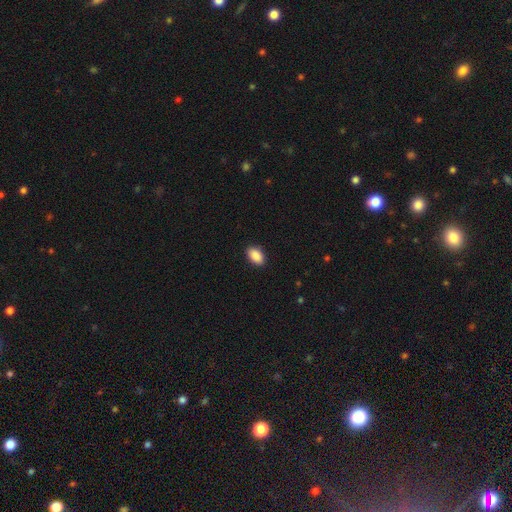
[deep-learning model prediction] Smooth or featured: smooth — 90% (star or artifact — 7%)
How rounded: in between — 93% (round — 6%)
Merging: none — 90% (minor disturbance — 8%)